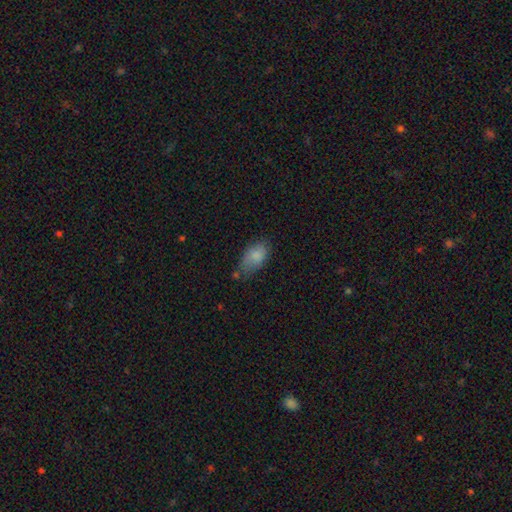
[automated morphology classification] The model was most divided on "merging": none: 51%, minor disturbance: 33%, major disturbance: 10%, merger: 5%. More confident: how rounded — in between (92%); smooth or featured — smooth (83%).